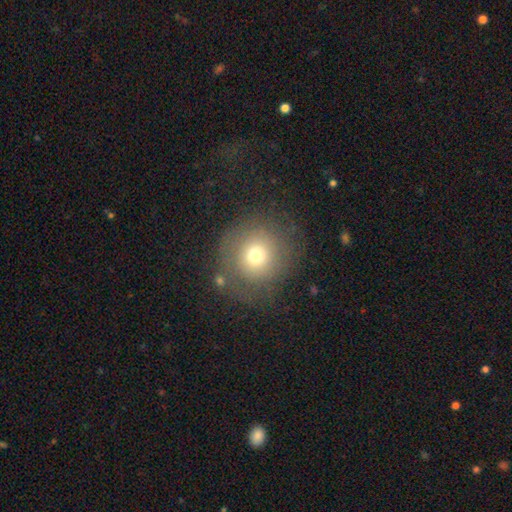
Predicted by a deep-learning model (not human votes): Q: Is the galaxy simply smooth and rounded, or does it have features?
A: smooth — 67%.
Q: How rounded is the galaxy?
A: round — 91%.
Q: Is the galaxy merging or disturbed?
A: none — 75%.